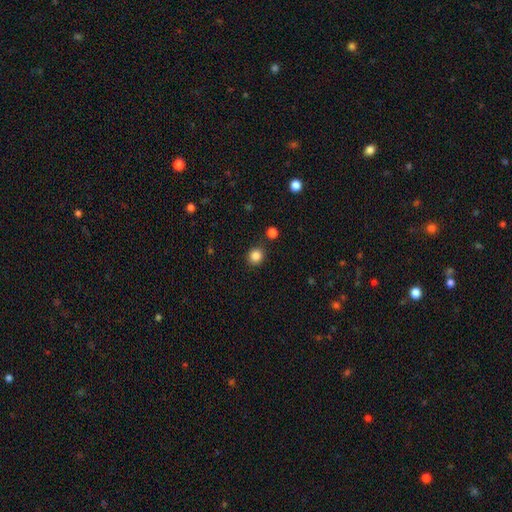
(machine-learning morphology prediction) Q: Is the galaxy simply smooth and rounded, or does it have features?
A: smooth — 85%.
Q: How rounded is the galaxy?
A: round — 84%.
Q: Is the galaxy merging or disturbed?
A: none — 87%.